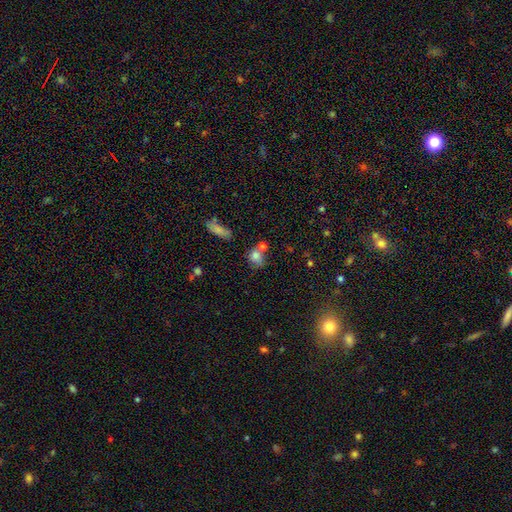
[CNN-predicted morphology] The model was most divided on "merging": none: 40%, merger: 37%, minor disturbance: 16%, major disturbance: 7%. More confident: smooth or featured — smooth (75%); how rounded — round (57%).